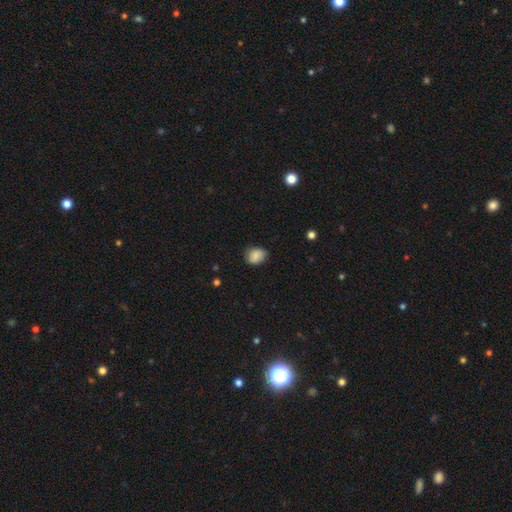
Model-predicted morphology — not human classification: Smooth or featured: smooth — 84% (star or artifact — 8%)
How rounded: round — 51% (in between — 48%)
Merging: none — 71% (minor disturbance — 23%)